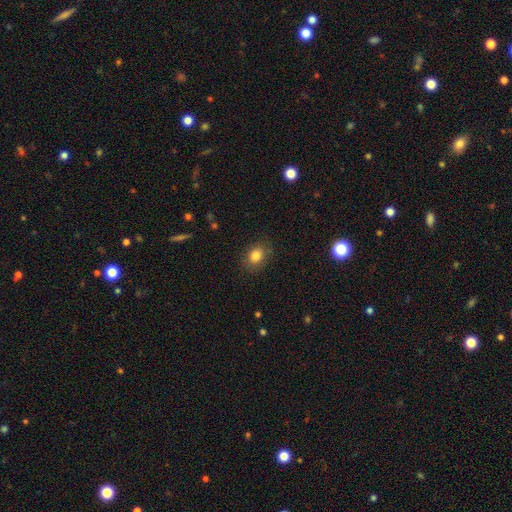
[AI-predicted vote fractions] A smooth galaxy with no disk features (83%) that is in between round and cigar-shaped (53%).

Vote fractions:
- Smooth or featured? smooth: 83% / star or artifact: 10% / featured or disk: 7%
- How rounded? in between: 53% / round: 46% / cigar-shaped: 1%
- Merging? none: 81% / minor disturbance: 13% / major disturbance: 4% / merger: 1%